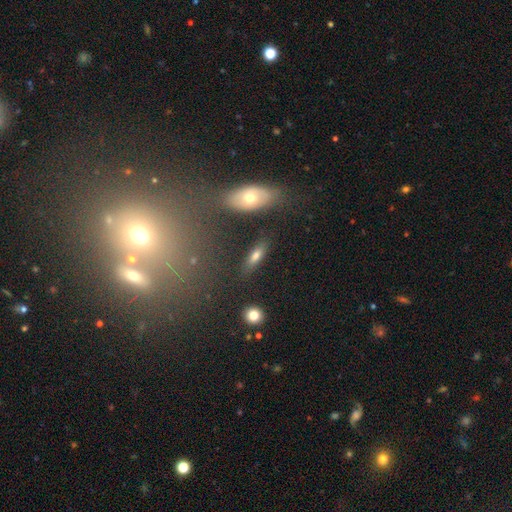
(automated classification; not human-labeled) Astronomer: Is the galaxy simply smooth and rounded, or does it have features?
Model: smooth — 65%.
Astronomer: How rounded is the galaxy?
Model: in between — 59% (runner-up: cigar-shaped, 35%).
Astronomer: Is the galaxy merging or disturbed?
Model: none — 80%.